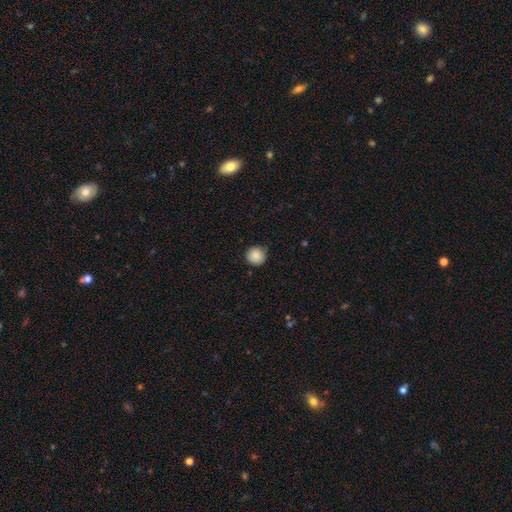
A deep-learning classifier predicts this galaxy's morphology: A smooth galaxy with no disk features (87%) that is round (95%).

Vote fractions:
- Smooth or featured? smooth: 87% / star or artifact: 9% / featured or disk: 5%
- How rounded? round: 95% / in between: 4% / cigar-shaped: 1%
- Merging? none: 83% / minor disturbance: 13% / major disturbance: 2% / merger: 1%